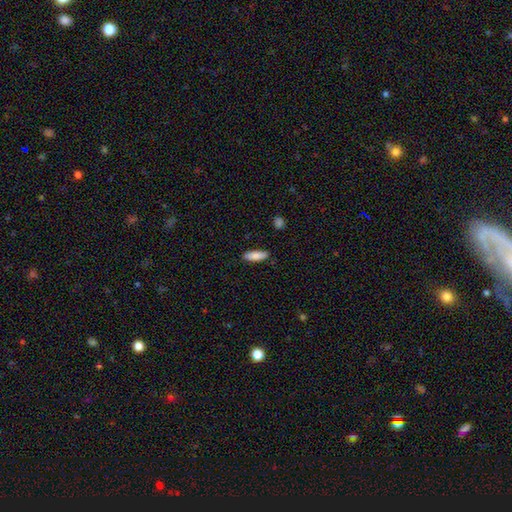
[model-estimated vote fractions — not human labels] Overall: smooth (84%). How rounded: in between (53%; cigar-shaped 46%). Merging: none (88%).